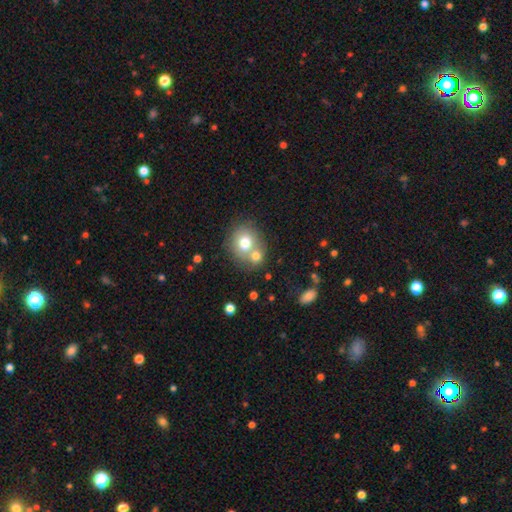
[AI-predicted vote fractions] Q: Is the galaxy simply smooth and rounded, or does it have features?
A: smooth — 73%.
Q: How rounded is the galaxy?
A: round — 70%.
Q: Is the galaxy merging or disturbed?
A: merger — 54%.